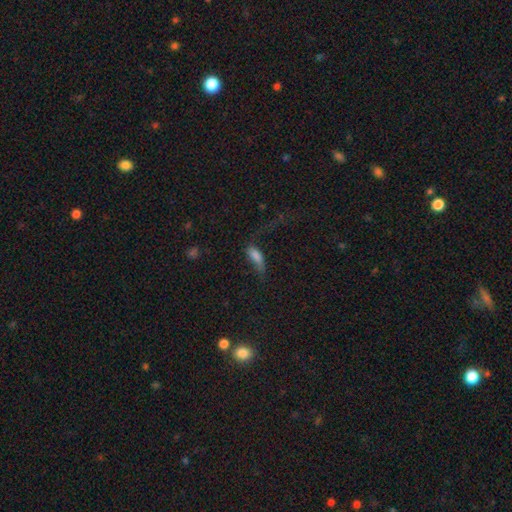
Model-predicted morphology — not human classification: A smooth galaxy with no disk features (73%) that is in between round and cigar-shaped (66%).

Vote fractions:
- Smooth or featured? smooth: 73% / featured or disk: 16% / star or artifact: 11%
- How rounded? in between: 66% / cigar-shaped: 31% / round: 3%
- Merging? major disturbance: 41% / none: 30% / minor disturbance: 25% / merger: 5%